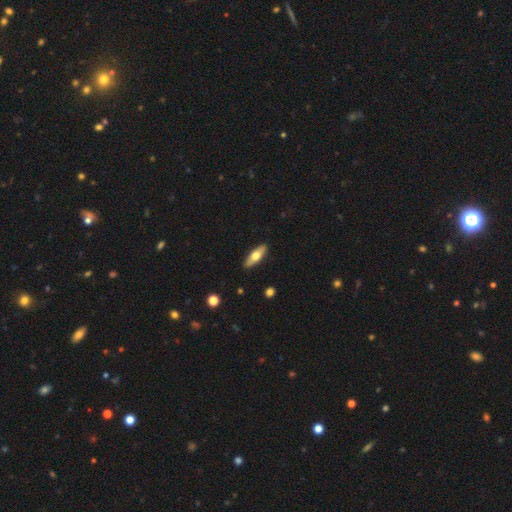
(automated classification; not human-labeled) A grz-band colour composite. It shows a smooth galaxy with no disk features (57%) that is in between round and cigar-shaped (54%). Merging: none (90%).